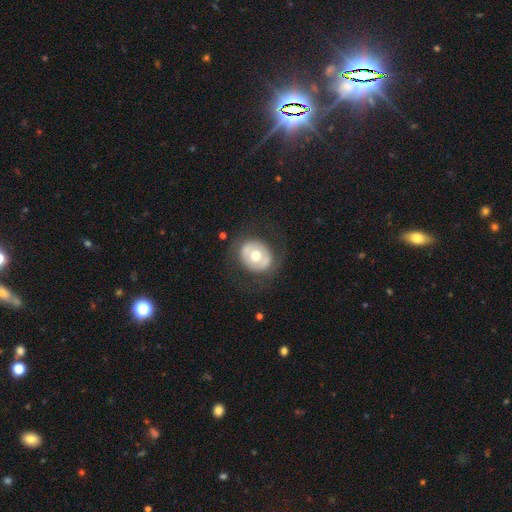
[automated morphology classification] type=smooth (48%); merging=none (77%).